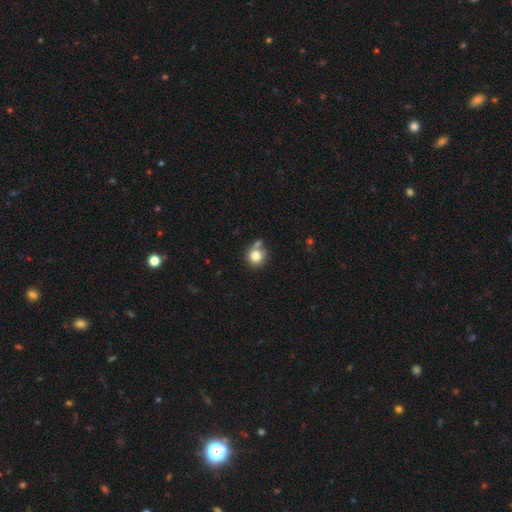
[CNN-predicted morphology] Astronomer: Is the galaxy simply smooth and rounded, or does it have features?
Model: smooth — 80%.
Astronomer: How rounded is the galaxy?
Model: round — 86%.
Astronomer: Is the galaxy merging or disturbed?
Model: none — 59%.